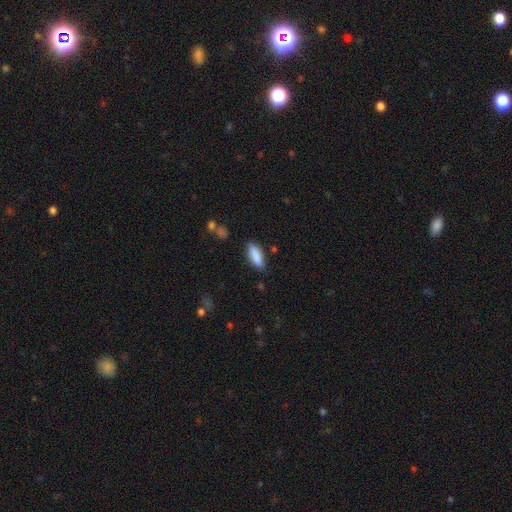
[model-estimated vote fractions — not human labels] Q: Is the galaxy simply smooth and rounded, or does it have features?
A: smooth — 88%.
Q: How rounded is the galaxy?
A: in between — 71%.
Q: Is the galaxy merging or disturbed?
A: none — 84%.